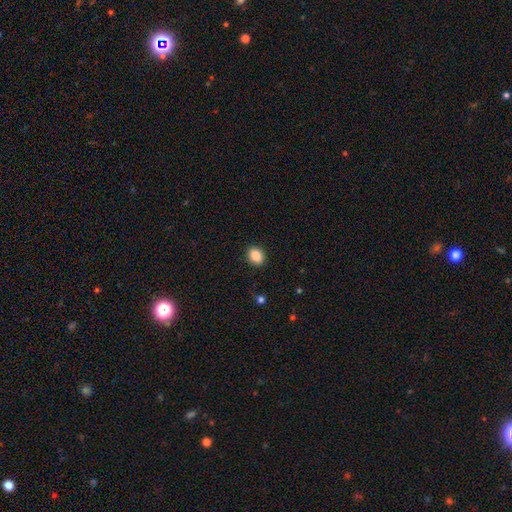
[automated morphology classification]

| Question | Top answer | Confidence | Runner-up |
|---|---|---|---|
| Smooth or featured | smooth | 87% | star or artifact (9%) |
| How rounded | in between | 55% | round (44%) |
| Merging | none | 90% | minor disturbance (7%) |